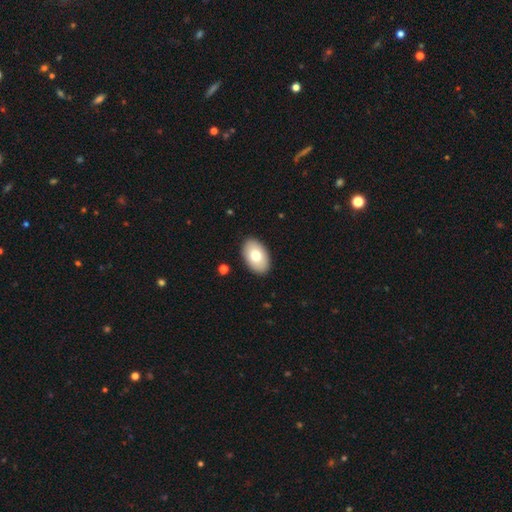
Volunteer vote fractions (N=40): Q: Smooth or featured?
A: smooth (82%); runner-up: star or artifact (12%)
Q: How rounded?
A: in between (97%); runner-up: round (3%)
Q: Merging?
A: none (89%); runner-up: minor disturbance (11%)